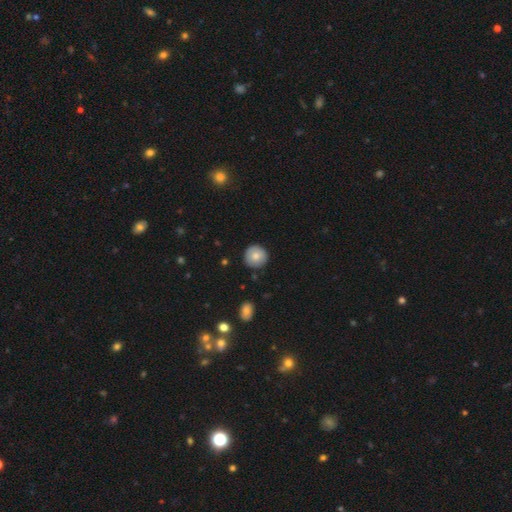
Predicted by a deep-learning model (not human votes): This is likely a smooth galaxy (78%). How rounded: clearly round (94%). Merging: clearly none (89%).